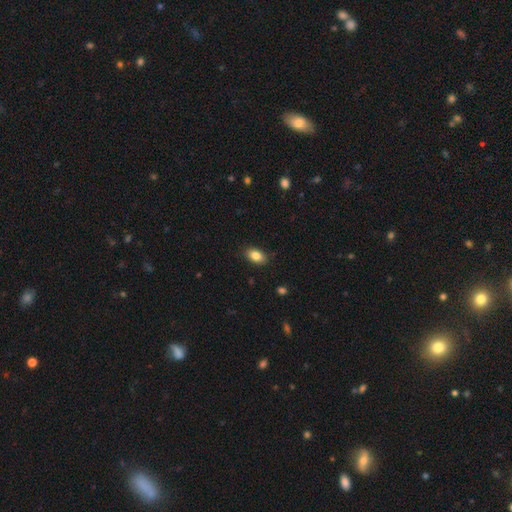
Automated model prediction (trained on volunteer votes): Smooth or featured? Predicted: smooth (p=0.85). How rounded? Predicted: in between (p=0.90). Merging? Predicted: none (p=0.87).